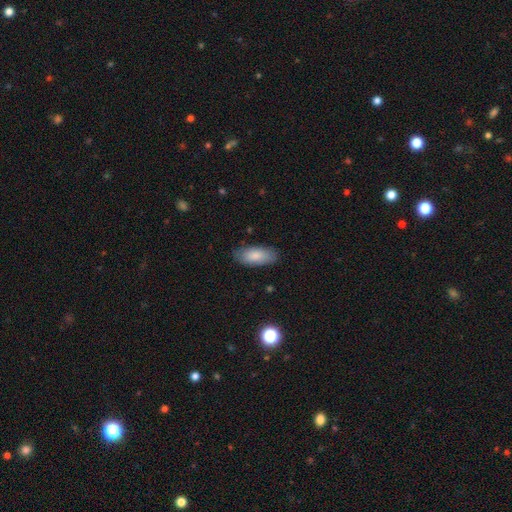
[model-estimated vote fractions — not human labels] Smooth or featured? Predicted: smooth (p=0.82). How rounded? Predicted: in between (p=0.88). Merging? Predicted: none (p=0.82).